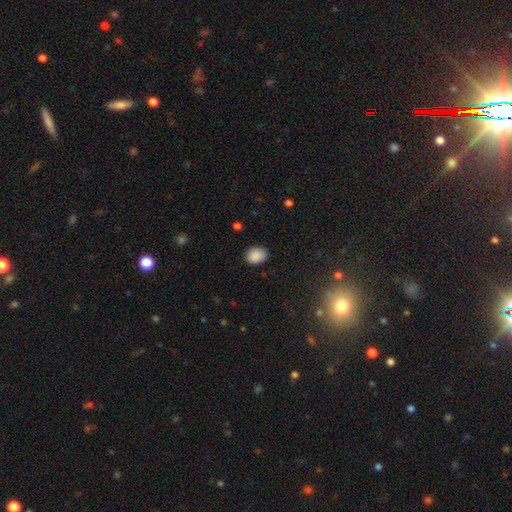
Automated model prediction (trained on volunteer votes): Smooth or featured? Predicted: smooth (p=0.88). How rounded? Predicted: in between (p=0.58). Merging? Predicted: none (p=0.83).